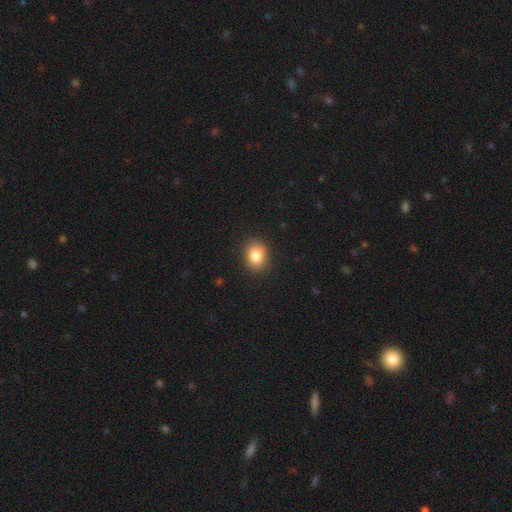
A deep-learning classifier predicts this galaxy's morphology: Smooth or featured?
  - smooth: 84% *
  - star or artifact: 10%
  - featured or disk: 6%
How rounded?
  - round: 55% *
  - in between: 44%
  - cigar-shaped: 1%
Merging?
  - none: 88% *
  - minor disturbance: 9%
  - major disturbance: 2%
  - merger: 1%